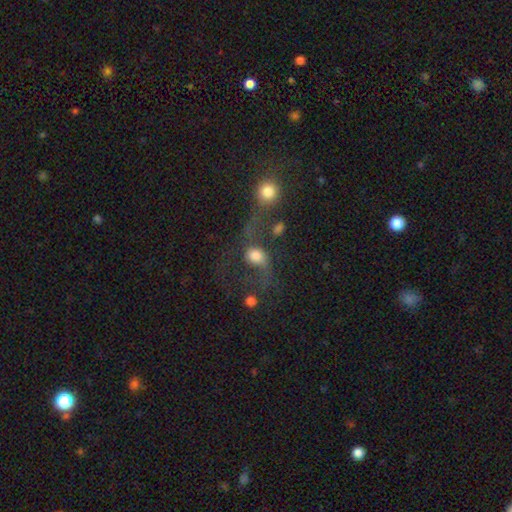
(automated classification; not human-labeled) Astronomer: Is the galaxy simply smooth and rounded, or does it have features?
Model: smooth — 53% (runner-up: featured or disk, 33%).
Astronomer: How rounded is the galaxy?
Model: round — 50% (runner-up: in between, 47%).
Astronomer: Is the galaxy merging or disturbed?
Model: major disturbance — 35% (runner-up: none, 26%).